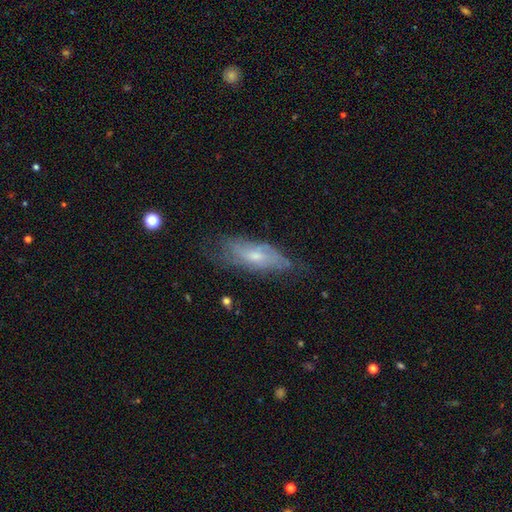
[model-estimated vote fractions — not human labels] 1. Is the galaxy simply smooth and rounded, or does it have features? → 59% featured or disk, 33% smooth, 8% star or artifact.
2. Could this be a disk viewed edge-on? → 77% no, 23% yes.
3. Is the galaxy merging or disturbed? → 61% none, 27% minor disturbance, 10% major disturbance, 2% merger.